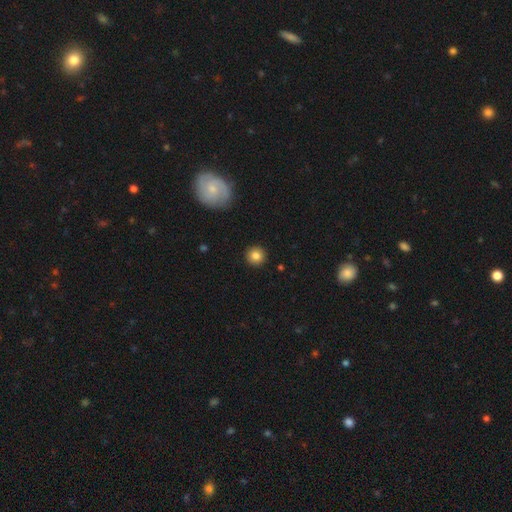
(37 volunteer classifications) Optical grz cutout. It shows a smooth galaxy with no disk features (92%) that is round (97%). Merging: none (91%).